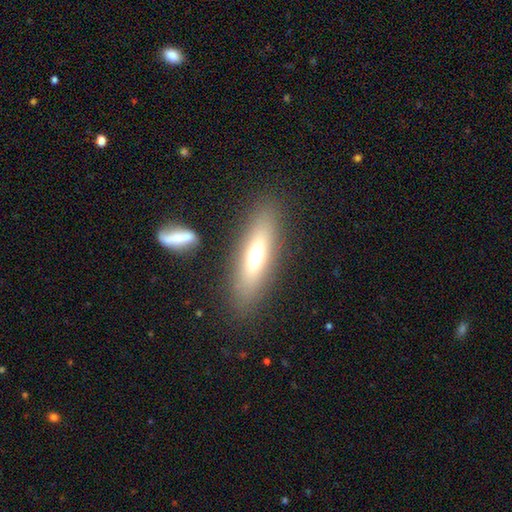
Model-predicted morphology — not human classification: Q: Smooth or featured?
A: smooth (54%); runner-up: featured or disk (33%)
Q: How rounded?
A: in between (57%); runner-up: cigar-shaped (38%)
Q: Merging?
A: none (84%); runner-up: minor disturbance (8%)